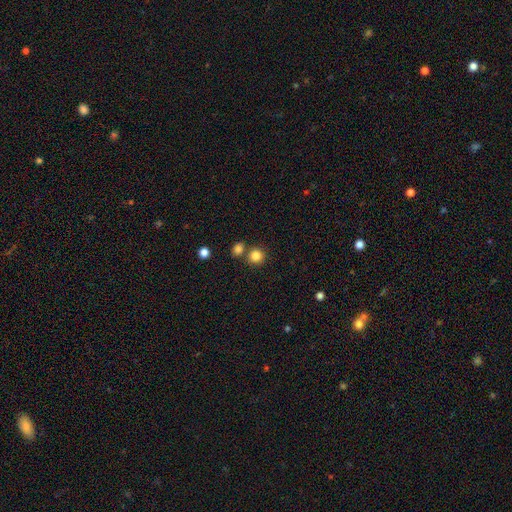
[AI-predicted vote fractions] smooth_or_featured: smooth (p=0.84) [alt: star or artifact p=0.11]
how_rounded: round (p=0.89) [alt: in between p=0.10]
merging: none (p=0.71) [alt: merger p=0.19]